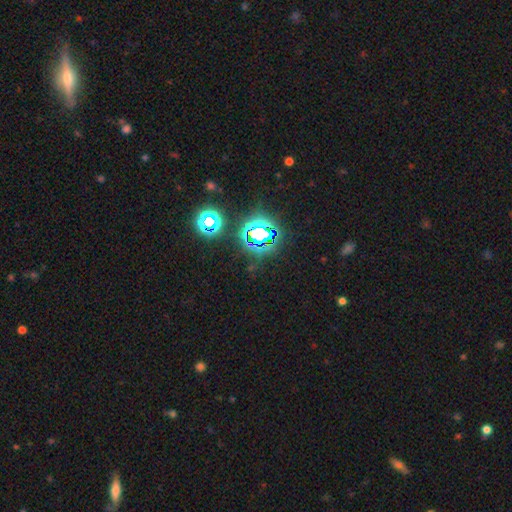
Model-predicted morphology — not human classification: smooth-or-featured: star or artifact: 80% | smooth: 14% | featured or disk: 7%